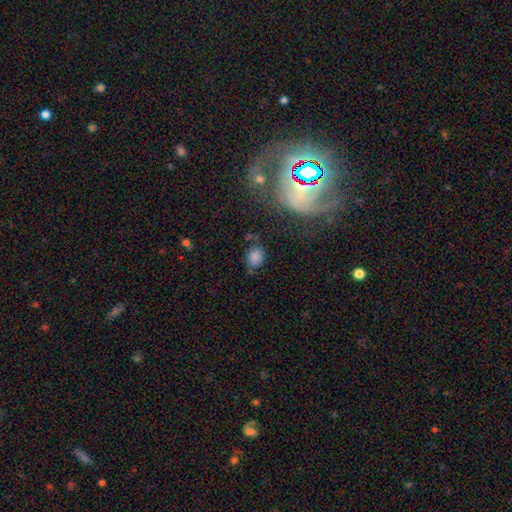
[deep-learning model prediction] A smooth galaxy with no disk features (78%) that is in between round and cigar-shaped (52%). Merging: none (69%).